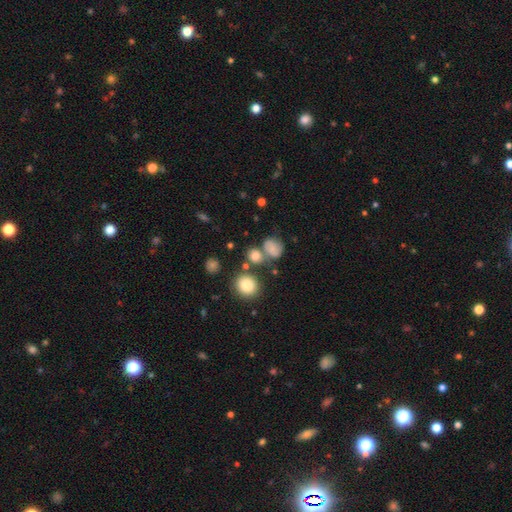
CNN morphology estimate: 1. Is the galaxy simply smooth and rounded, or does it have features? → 74% smooth, 15% star or artifact, 11% featured or disk.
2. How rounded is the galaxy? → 72% round, 27% in between, 1% cigar-shaped.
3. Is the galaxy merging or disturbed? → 56% none, 22% merger, 14% minor disturbance, 7% major disturbance.